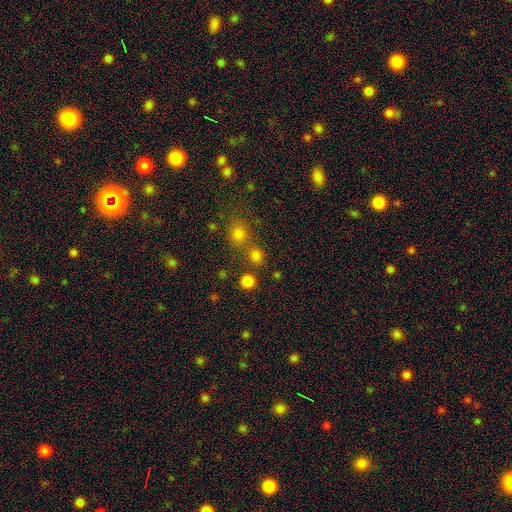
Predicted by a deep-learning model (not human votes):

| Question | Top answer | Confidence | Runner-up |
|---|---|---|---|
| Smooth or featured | smooth | 78% | star or artifact (17%) |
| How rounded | round | 90% | in between (9%) |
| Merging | none | 70% | merger (21%) |